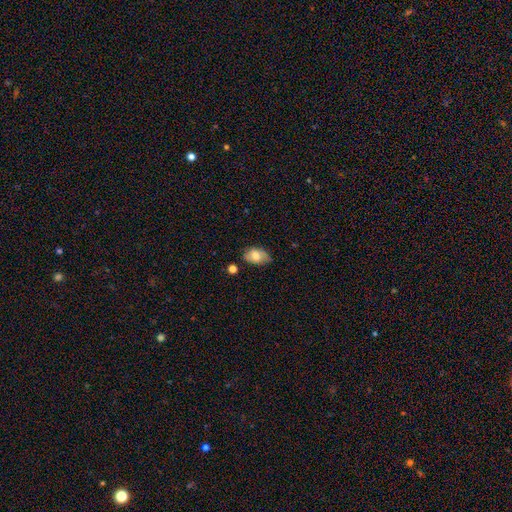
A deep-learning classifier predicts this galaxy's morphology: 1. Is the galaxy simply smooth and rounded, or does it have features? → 66% smooth, 26% featured or disk, 8% star or artifact.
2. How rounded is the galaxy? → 88% in between, 10% round, 2% cigar-shaped.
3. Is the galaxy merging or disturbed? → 68% none, 24% minor disturbance, 5% major disturbance, 3% merger.